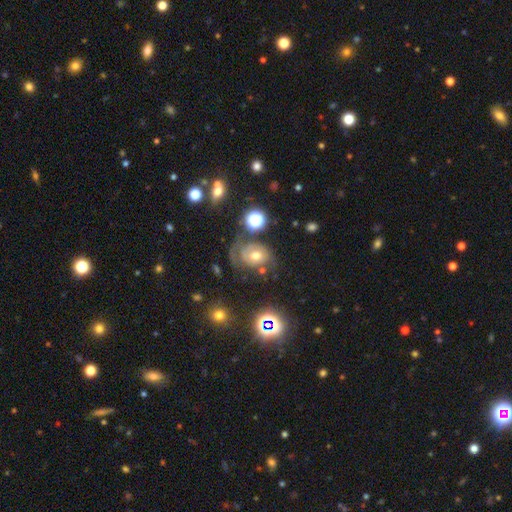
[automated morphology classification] A featured or disk galaxy (49%). Merging: none (42%).